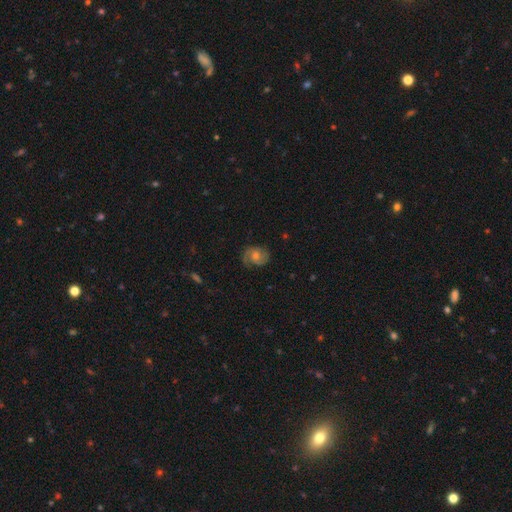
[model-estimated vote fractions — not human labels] smooth-or-featured: featured or disk: 73% | smooth: 17% | star or artifact: 10%
  disk-edge-on: no: 97% | yes: 3%
    bar: no: 69% | weak: 27% | strong: 5%
    has-spiral-arms: yes: 94% | no: 6%
      spiral-winding: tight: 44% | medium: 42% | loose: 14%
      spiral-arm-count: 2: 75% | can't tell: 10% | 1: 8% | 3: 4% | 4: 2% | more than 4: 2%
    bulge-size: moderate: 59% | small: 33% | large: 5% | none: 2% | dominant: 1%
  merging: none: 76% | minor disturbance: 16% | major disturbance: 7% | merger: 1%